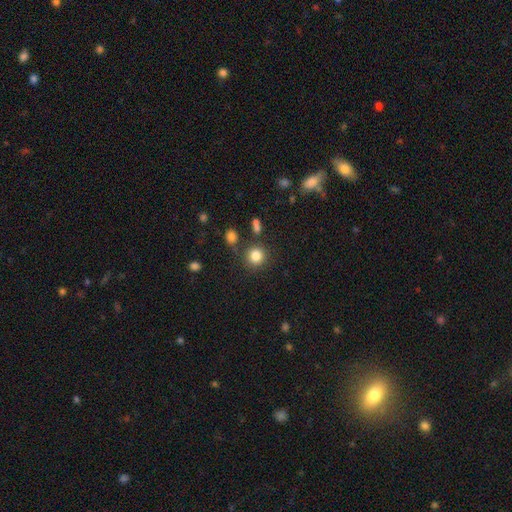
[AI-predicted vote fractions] smooth_or_featured: smooth (p=0.83) [alt: star or artifact p=0.12]
how_rounded: round (p=0.90) [alt: in between p=0.09]
merging: none (p=0.81) [alt: minor disturbance p=0.09]